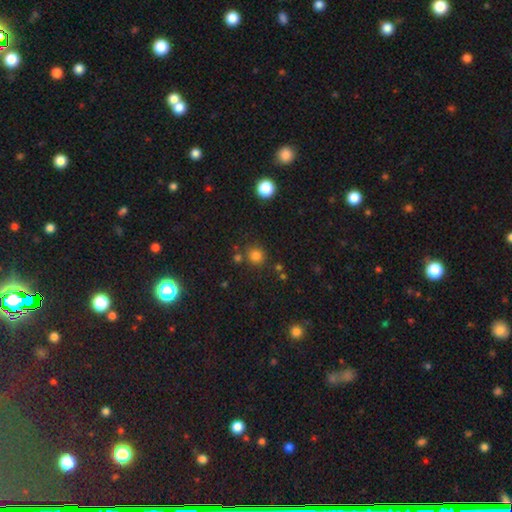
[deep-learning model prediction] Smooth or featured? Predicted: smooth (p=0.79). How rounded? Predicted: round (p=0.88). Merging? Predicted: none (p=0.78).